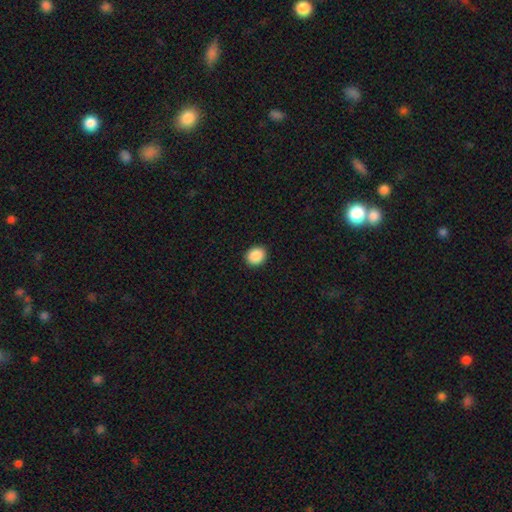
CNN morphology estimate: Q: Smooth or featured?
A: smooth (89%); runner-up: star or artifact (8%)
Q: How rounded?
A: round (67%); runner-up: in between (32%)
Q: Merging?
A: none (92%); runner-up: minor disturbance (5%)